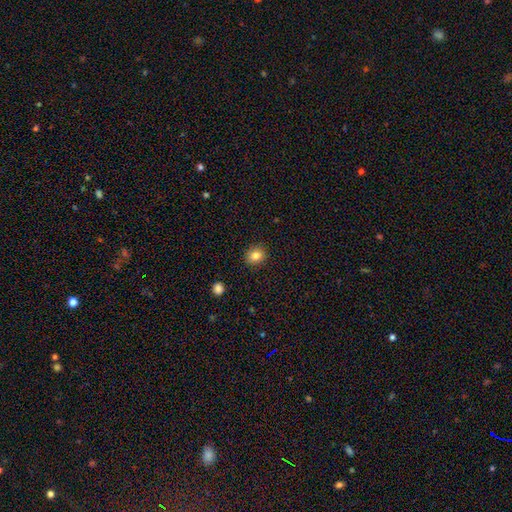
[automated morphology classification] smooth 82%, star or artifact 10%, featured or disk 7%. Down the decision tree: how rounded — round (68%); merging — none (90%).